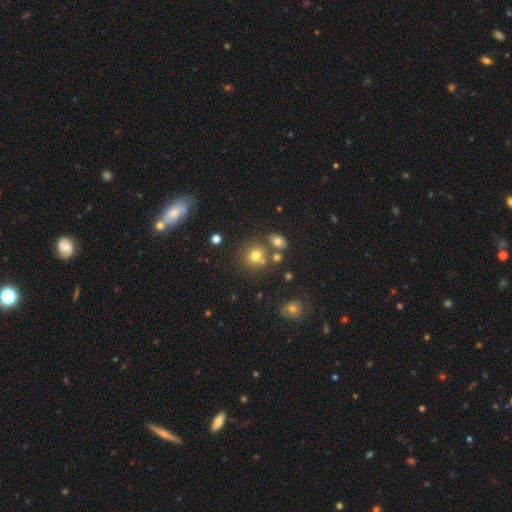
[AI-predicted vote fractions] smooth_or_featured: smooth (p=0.70) [alt: star or artifact p=0.18]
how_rounded: round (p=0.84) [alt: in between p=0.15]
merging: none (p=0.65) [alt: merger p=0.18]